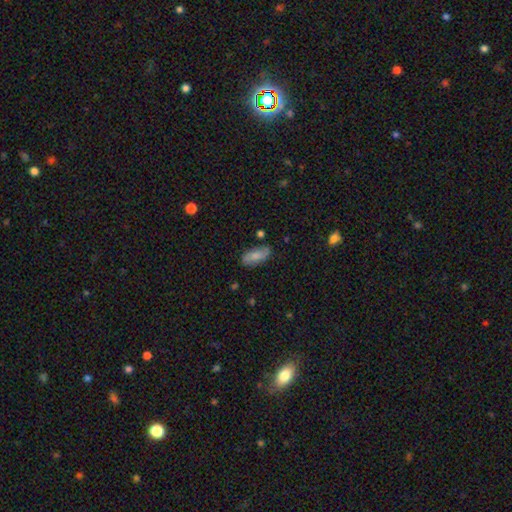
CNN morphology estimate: Q: Smooth or featured?
A: smooth (70%); runner-up: featured or disk (22%)
Q: How rounded?
A: in between (86%); runner-up: cigar-shaped (11%)
Q: Merging?
A: none (71%); runner-up: minor disturbance (20%)